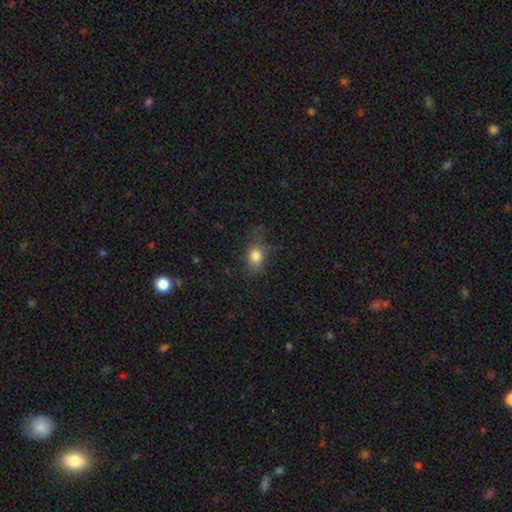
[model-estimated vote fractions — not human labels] Morphology: type=smooth (80%); roundness=in between (54%); merging=none (62%).